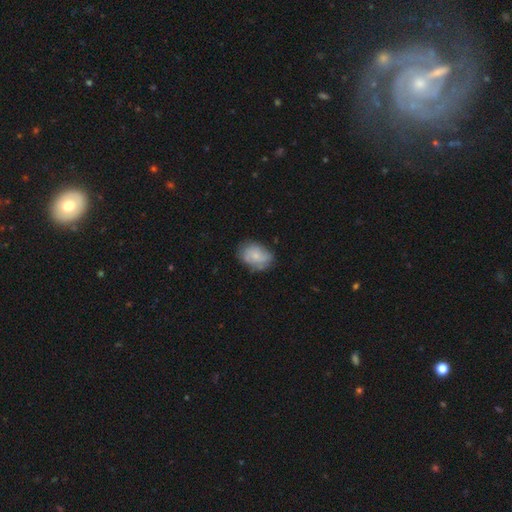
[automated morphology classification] The model was most divided on "smooth or featured": smooth: 66%, featured or disk: 26%, star or artifact: 7%. More confident: how rounded — in between (77%); merging — none (69%).